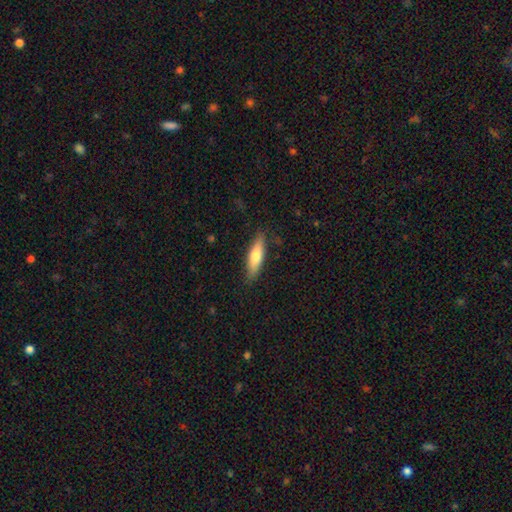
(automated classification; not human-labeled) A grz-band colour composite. It shows a smooth galaxy with no disk features (66%) that is cigar-shaped (61%). Merging: none (84%).